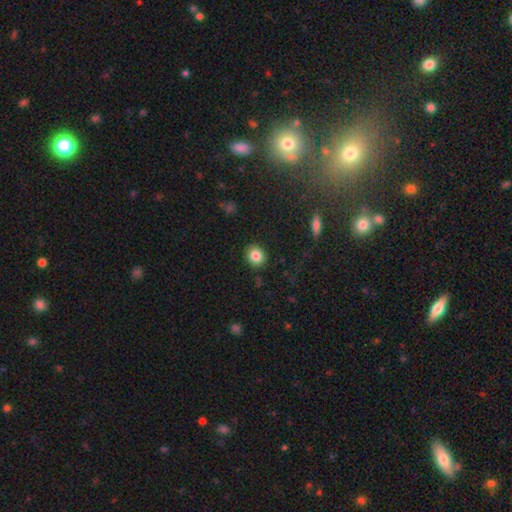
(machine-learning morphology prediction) type=smooth (85%); roundness=round (72%); merging=none (90%).